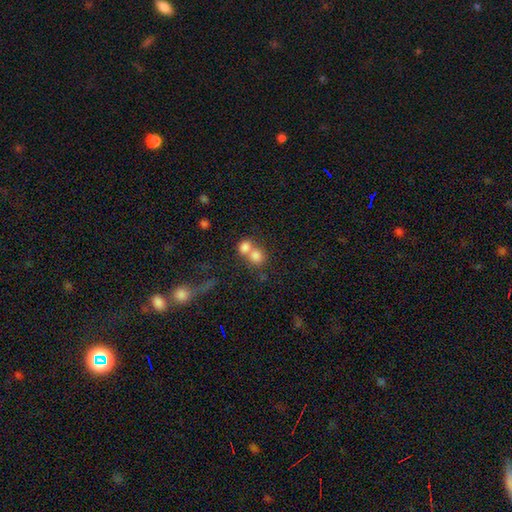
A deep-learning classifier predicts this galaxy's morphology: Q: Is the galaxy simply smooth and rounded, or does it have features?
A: smooth — 77%.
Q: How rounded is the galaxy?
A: round — 78%.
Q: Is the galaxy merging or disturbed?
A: merger — 59%.